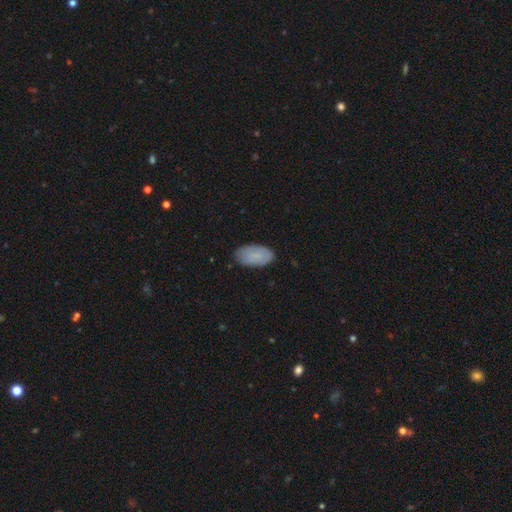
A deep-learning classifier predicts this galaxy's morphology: smooth_or_featured: smooth (p=0.78) [alt: featured or disk p=0.15]
how_rounded: in between (p=0.95) [alt: round p=0.03]
merging: none (p=0.82) [alt: minor disturbance p=0.14]